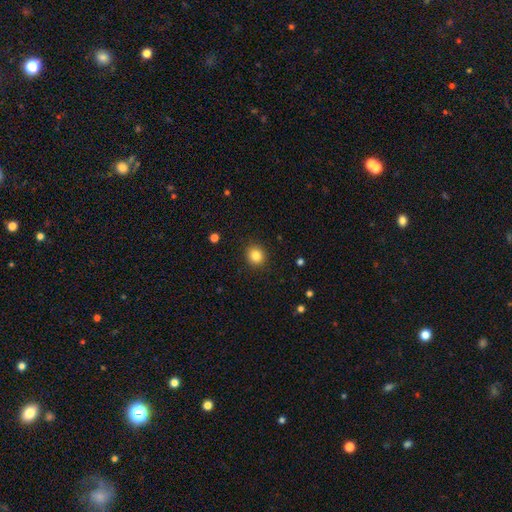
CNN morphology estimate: This is clearly a smooth galaxy (85%). How rounded: clearly round (86%). Merging: clearly none (91%).